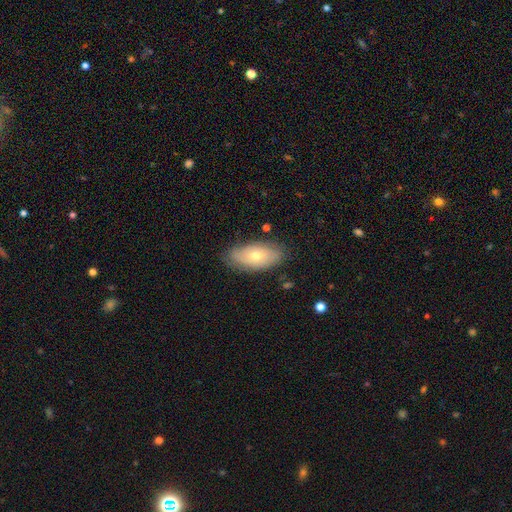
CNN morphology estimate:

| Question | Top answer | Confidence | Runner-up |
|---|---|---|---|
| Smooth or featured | smooth | 55% | featured or disk (38%) |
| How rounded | in between | 91% | cigar-shaped (5%) |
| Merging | none | 78% | minor disturbance (17%) |